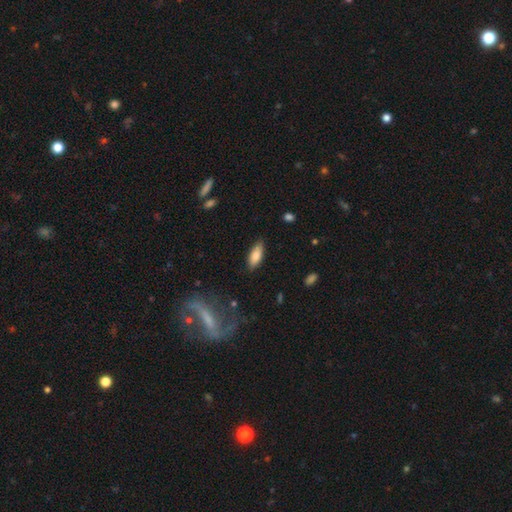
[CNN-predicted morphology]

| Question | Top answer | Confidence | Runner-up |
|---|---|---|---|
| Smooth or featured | smooth | 83% | featured or disk (11%) |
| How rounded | in between | 77% | cigar-shaped (21%) |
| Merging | none | 83% | minor disturbance (13%) |